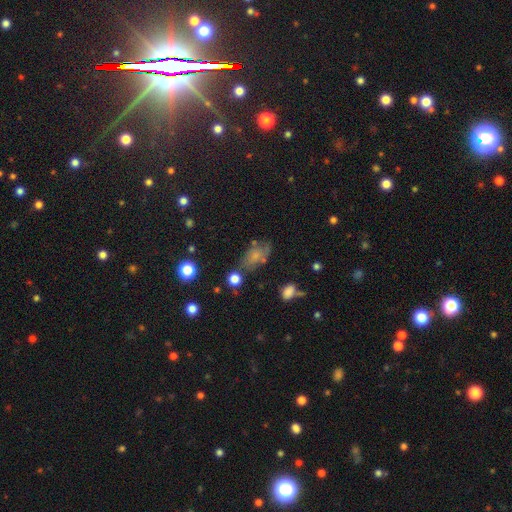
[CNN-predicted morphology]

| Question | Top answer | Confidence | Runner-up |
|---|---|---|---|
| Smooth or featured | smooth | 59% | featured or disk (29%) |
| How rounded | in between | 84% | round (11%) |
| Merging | none | 53% | minor disturbance (26%) |